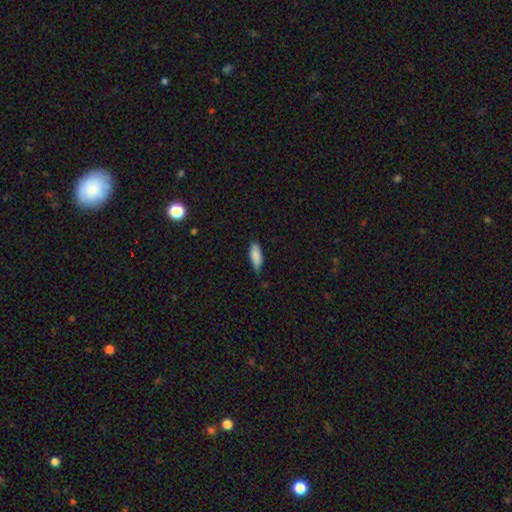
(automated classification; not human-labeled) Smooth or featured? smooth (88%)
How rounded? in between (68%)
Merging? none (75%)